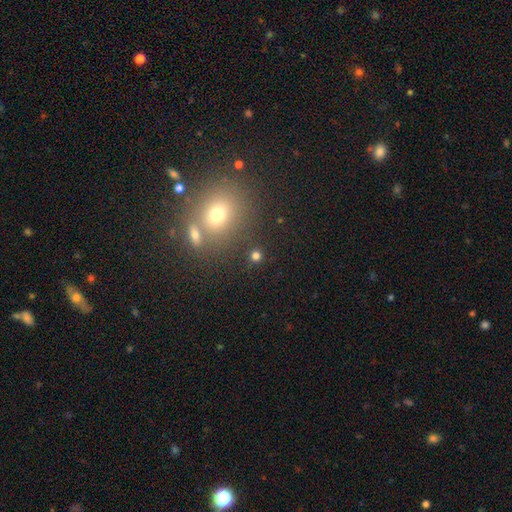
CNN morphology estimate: Smooth or featured? Predicted: smooth (p=0.76). How rounded? Predicted: round (p=0.88). Merging? Predicted: none (p=0.81).